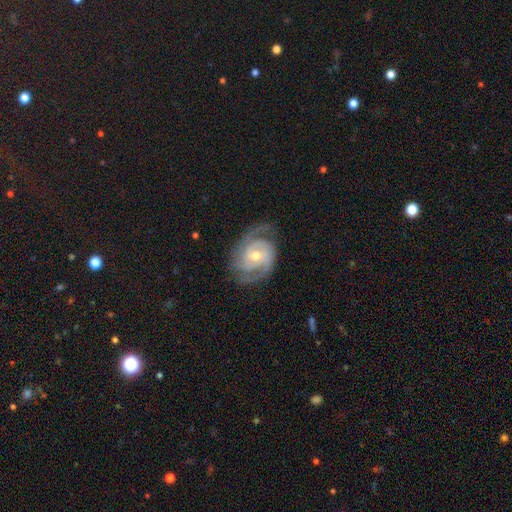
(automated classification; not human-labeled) A featured or disk galaxy (89%) with no bar (54%), 2 (64%) tight (56%) spiral arms (97%) and a moderate central bulge (59%).

Vote fractions:
- Smooth or featured? featured or disk: 89% / smooth: 6% / star or artifact: 5%
- Edge-on disk? no: 97% / yes: 3%
- Bar? no: 54% / weak: 35% / strong: 11%
- Spiral arms? yes: 97% / no: 3%
- Spiral winding? tight: 56% / medium: 36% / loose: 8%
- Spiral arm count? 2: 64% / 3: 16% / can't tell: 10% / 1: 4% / 4: 3% / more than 4: 3%
- Bulge size? moderate: 59% / small: 37% / large: 2% / none: 1% / dominant: 1%
- Merging? none: 74% / minor disturbance: 17% / major disturbance: 8% / merger: 1%